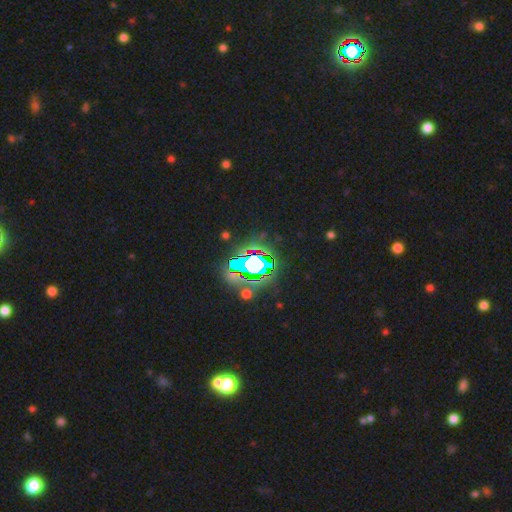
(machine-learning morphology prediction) A star or artifact, not a galaxy (83%).